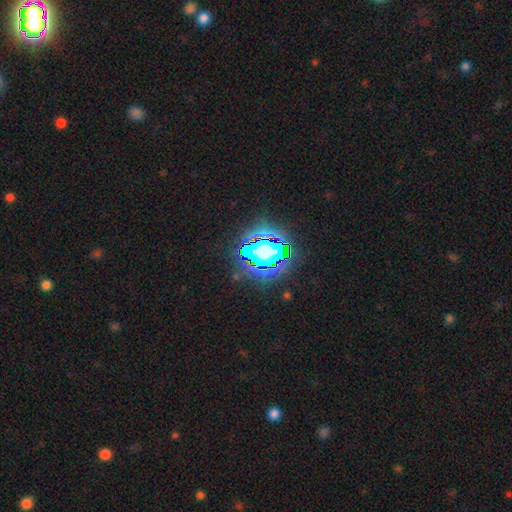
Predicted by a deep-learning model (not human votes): star or artifact 80%, smooth 13%, featured or disk 8%.